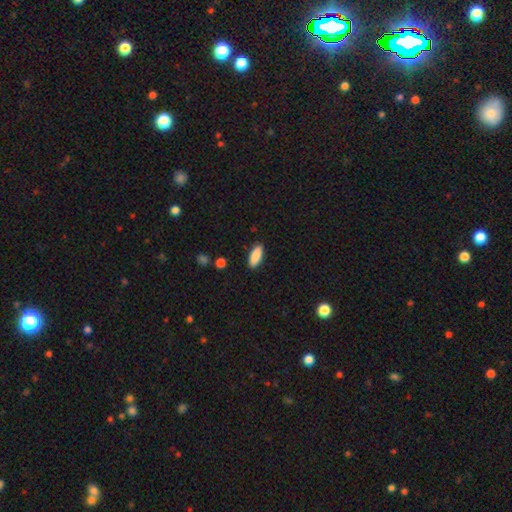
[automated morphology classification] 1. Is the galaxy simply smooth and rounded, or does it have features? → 88% smooth, 6% star or artifact, 6% featured or disk.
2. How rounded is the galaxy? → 74% in between, 24% cigar-shaped, 2% round.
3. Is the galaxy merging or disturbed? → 88% none, 8% minor disturbance, 2% major disturbance, 1% merger.